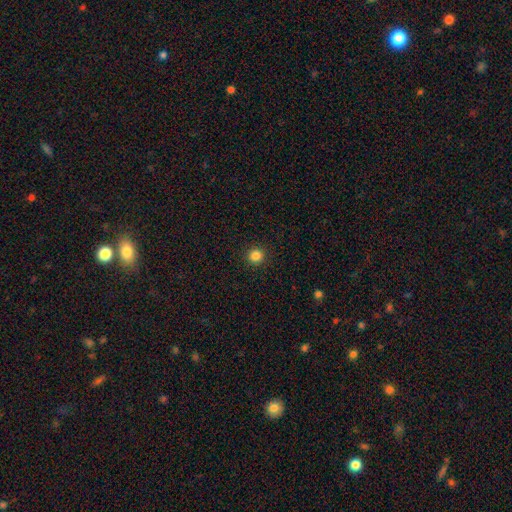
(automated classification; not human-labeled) The model was most divided on "smooth or featured": smooth: 84%, star or artifact: 12%, featured or disk: 4%. More confident: how rounded — round (93%); merging — none (93%).